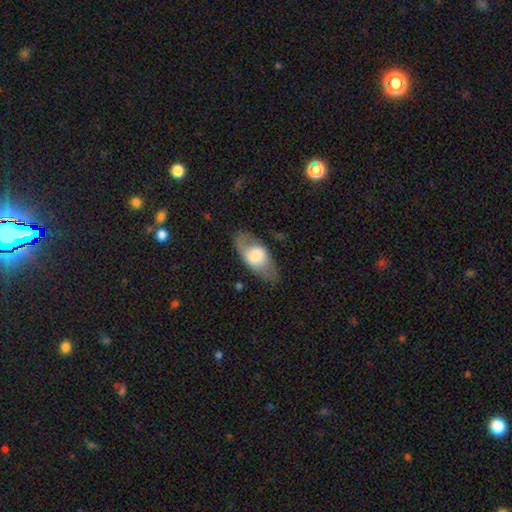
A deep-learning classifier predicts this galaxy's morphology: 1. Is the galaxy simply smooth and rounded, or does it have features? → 57% smooth, 36% featured or disk, 6% star or artifact.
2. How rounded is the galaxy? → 87% in between, 7% cigar-shaped, 6% round.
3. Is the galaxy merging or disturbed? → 73% none, 18% minor disturbance, 8% major disturbance, 1% merger.